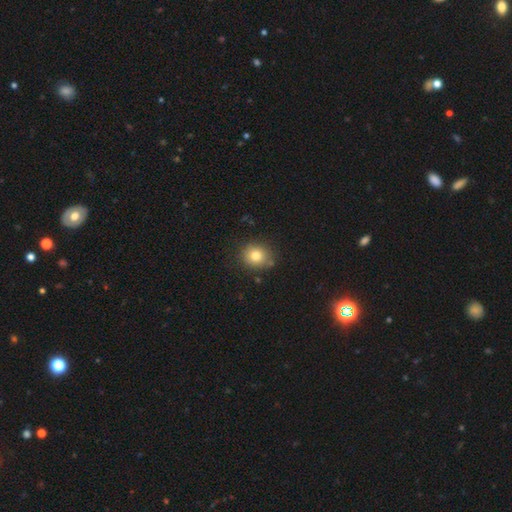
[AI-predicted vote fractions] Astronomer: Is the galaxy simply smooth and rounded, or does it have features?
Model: smooth — 79%.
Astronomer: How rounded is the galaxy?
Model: round — 80%.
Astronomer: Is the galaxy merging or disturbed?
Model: none — 82%.